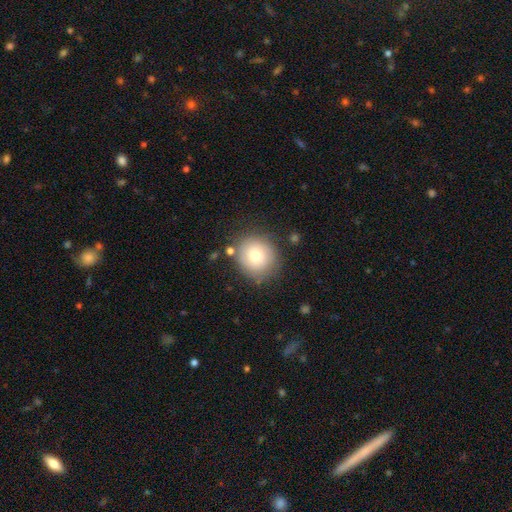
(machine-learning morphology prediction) type=smooth (74%); roundness=round (88%); merging=none (79%).